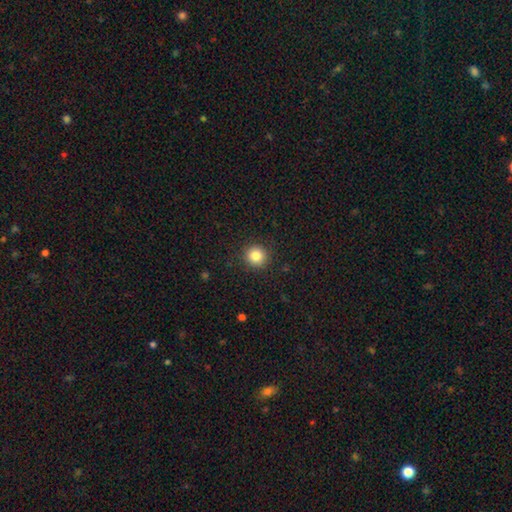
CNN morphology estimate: Q: Smooth or featured?
A: smooth (84%); runner-up: star or artifact (11%)
Q: How rounded?
A: round (93%); runner-up: in between (6%)
Q: Merging?
A: none (91%); runner-up: minor disturbance (6%)